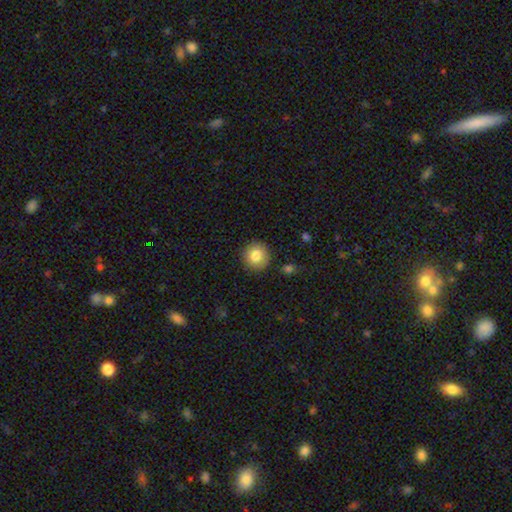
This appears to be a smooth galaxy with no disk features (90%) that is round (97%). Merging: none (84%).